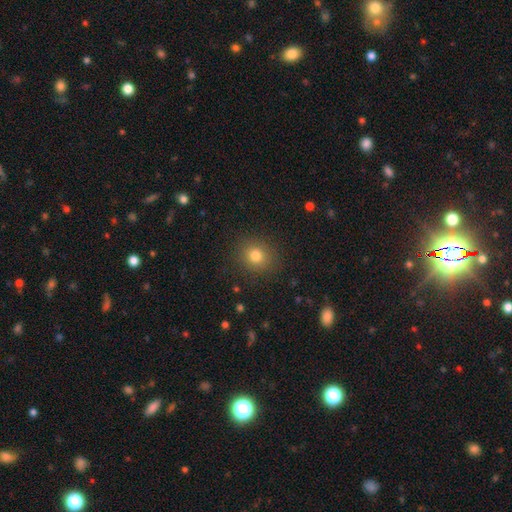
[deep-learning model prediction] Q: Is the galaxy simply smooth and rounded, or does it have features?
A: smooth — 80%.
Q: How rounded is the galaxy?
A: round — 81%.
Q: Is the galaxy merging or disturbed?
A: none — 88%.